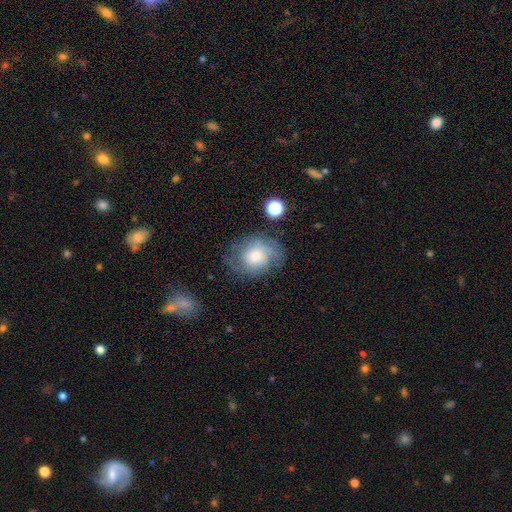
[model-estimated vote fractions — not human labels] A smooth galaxy with no disk features (48%).

Vote fractions:
- Smooth or featured? smooth: 48% / featured or disk: 42% / star or artifact: 10%
- Merging? none: 63% / minor disturbance: 23% / major disturbance: 12% / merger: 3%